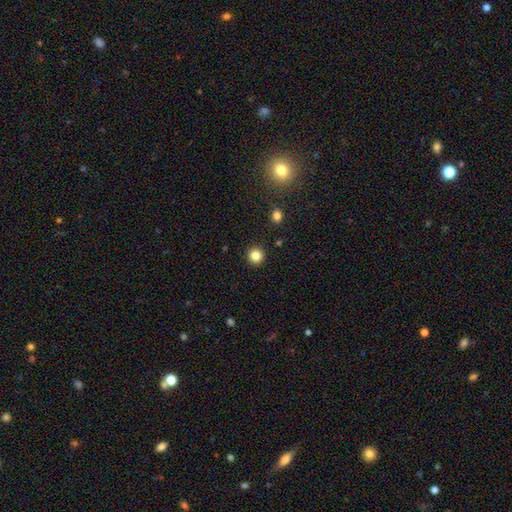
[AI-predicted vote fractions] This appears to be a smooth galaxy with no disk features (84%) that is round (95%). Merging: none (92%).